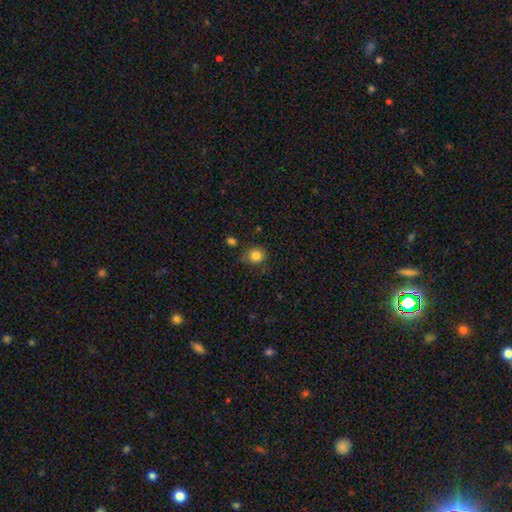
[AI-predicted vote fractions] A smooth galaxy with no disk features (83%) that is round (85%).

Vote fractions:
- Smooth or featured? smooth: 83% / star or artifact: 11% / featured or disk: 5%
- How rounded? round: 85% / in between: 14% / cigar-shaped: 1%
- Merging? none: 76% / minor disturbance: 17% / major disturbance: 4% / merger: 3%